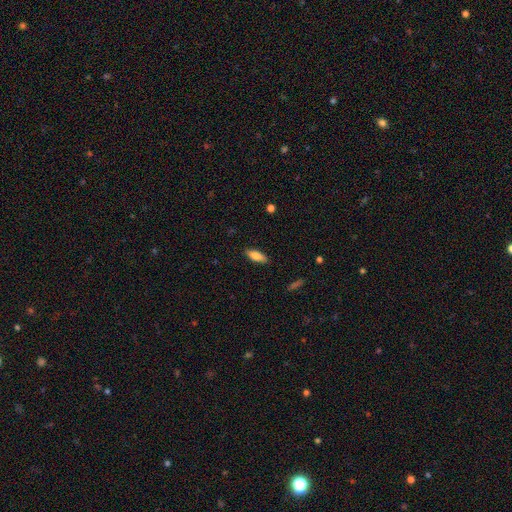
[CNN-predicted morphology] Q: Smooth or featured?
A: smooth (81%); runner-up: featured or disk (12%)
Q: How rounded?
A: in between (72%); runner-up: cigar-shaped (26%)
Q: Merging?
A: none (88%); runner-up: minor disturbance (9%)